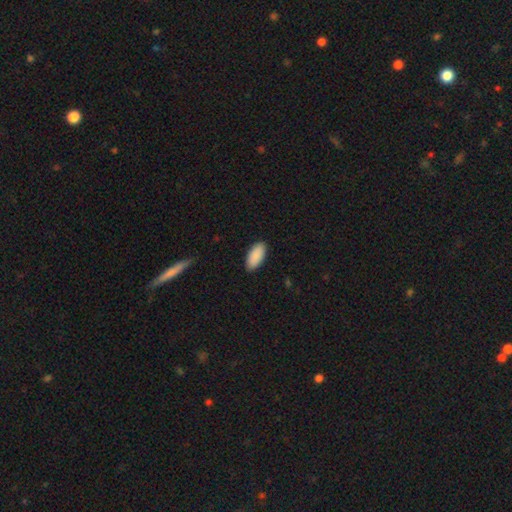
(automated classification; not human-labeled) Q: Smooth or featured?
A: smooth (91%); runner-up: star or artifact (6%)
Q: How rounded?
A: in between (92%); runner-up: cigar-shaped (6%)
Q: Merging?
A: none (89%); runner-up: minor disturbance (9%)